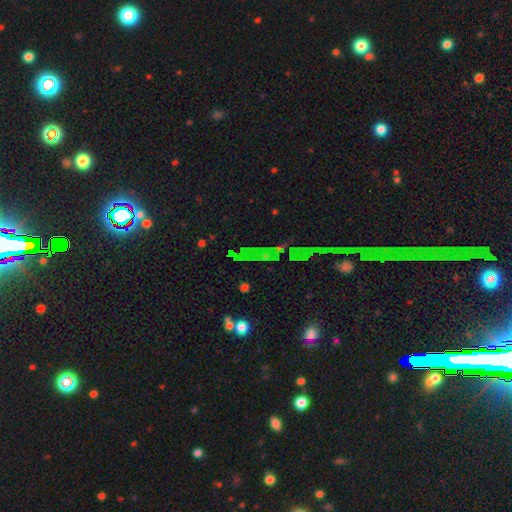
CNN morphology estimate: Smooth or featured: star or artifact — 74% (featured or disk — 13%)